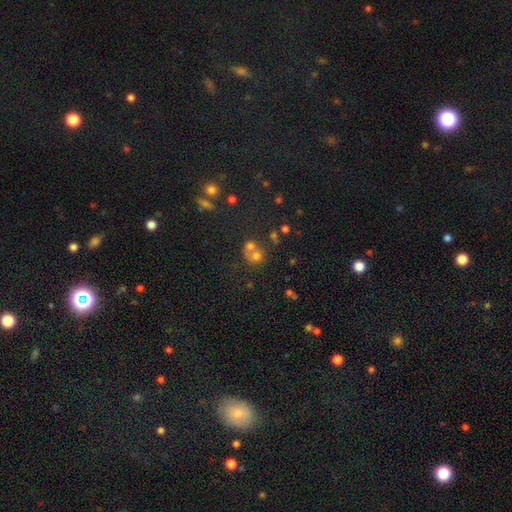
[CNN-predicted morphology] A smooth galaxy with no disk features (64%) that is round (75%).

Vote fractions:
- Smooth or featured? smooth: 64% / featured or disk: 19% / star or artifact: 18%
- How rounded? round: 75% / in between: 24% / cigar-shaped: 1%
- Merging? merger: 55% / none: 32% / minor disturbance: 8% / major disturbance: 6%